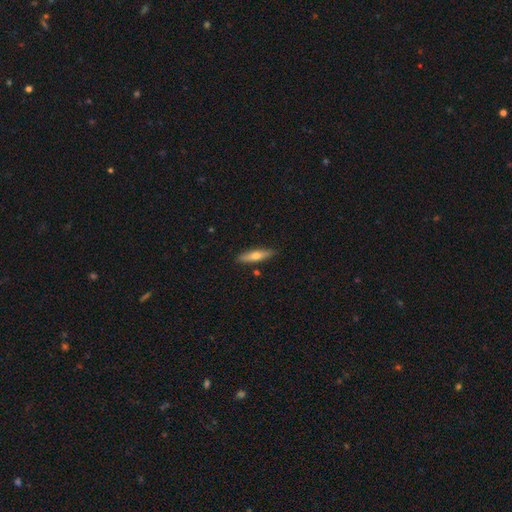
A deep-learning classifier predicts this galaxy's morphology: Smooth or featured: smooth — 58% (featured or disk — 36%)
How rounded: cigar-shaped — 73% (in between — 25%)
Merging: none — 87% (minor disturbance — 9%)